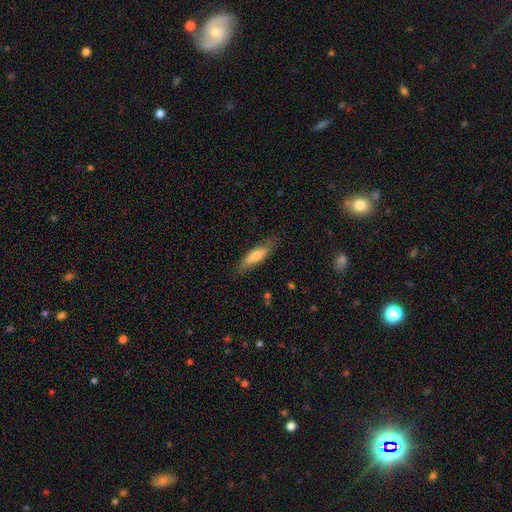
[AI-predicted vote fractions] Smooth or featured?
  - smooth: 61% *
  - featured or disk: 33%
  - star or artifact: 6%
How rounded?
  - cigar-shaped: 62% *
  - in between: 36%
  - round: 2%
Merging?
  - none: 77% *
  - minor disturbance: 17%
  - major disturbance: 4%
  - merger: 1%